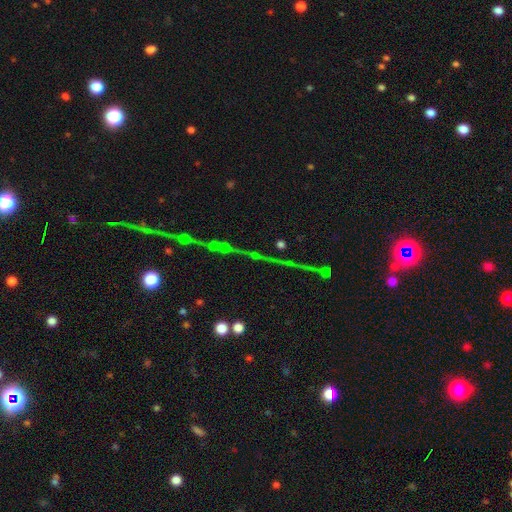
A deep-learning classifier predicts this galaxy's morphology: This appears to be a star or artifact, not a galaxy (64%).